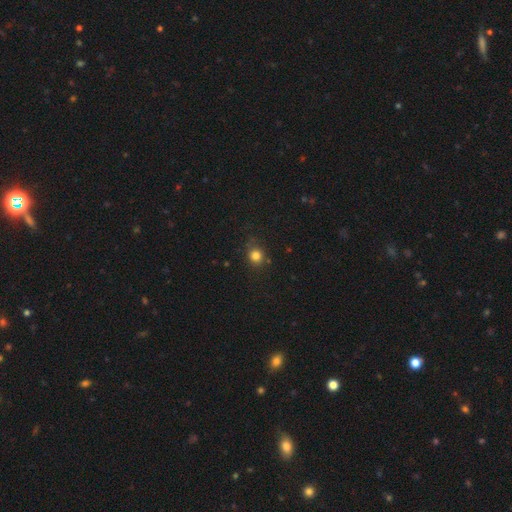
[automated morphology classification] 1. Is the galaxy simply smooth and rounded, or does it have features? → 81% smooth, 13% star or artifact, 6% featured or disk.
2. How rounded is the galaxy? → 83% round, 16% in between, 1% cigar-shaped.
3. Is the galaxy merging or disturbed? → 77% none, 16% minor disturbance, 5% major disturbance, 2% merger.